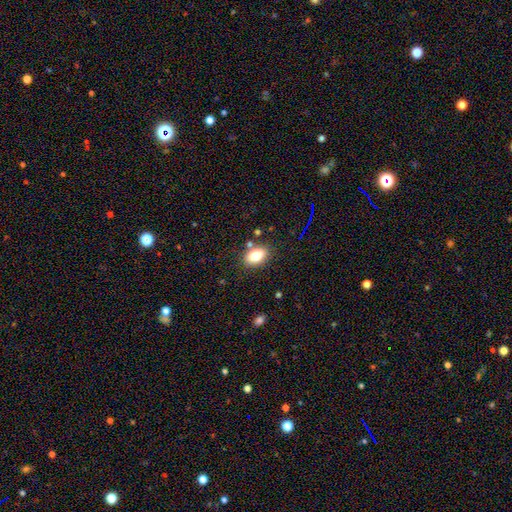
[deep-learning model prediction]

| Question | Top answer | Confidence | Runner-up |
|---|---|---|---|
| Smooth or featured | smooth | 81% | star or artifact (9%) |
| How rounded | in between | 85% | round (13%) |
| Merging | none | 78% | minor disturbance (12%) |